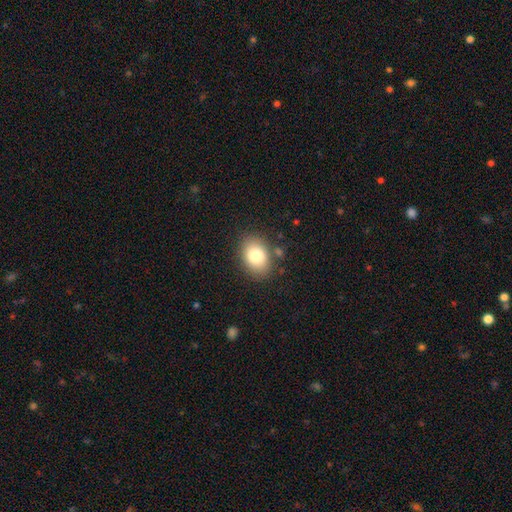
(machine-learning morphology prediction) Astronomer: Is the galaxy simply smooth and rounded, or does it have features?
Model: smooth — 82%.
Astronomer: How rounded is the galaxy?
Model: in between — 75%.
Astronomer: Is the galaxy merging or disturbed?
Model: none — 82%.